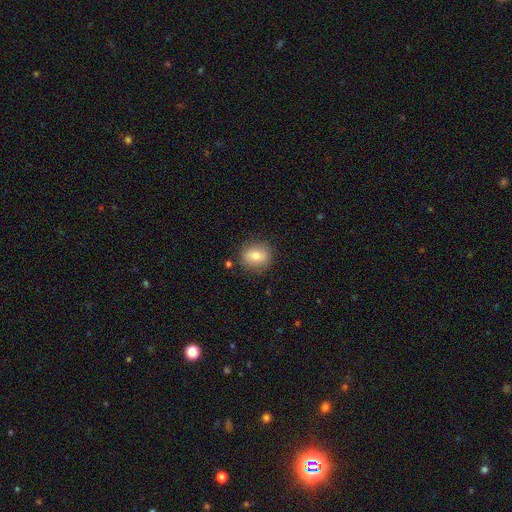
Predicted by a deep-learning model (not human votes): Morphology: type=smooth (77%); roundness=round (69%); merging=none (85%).